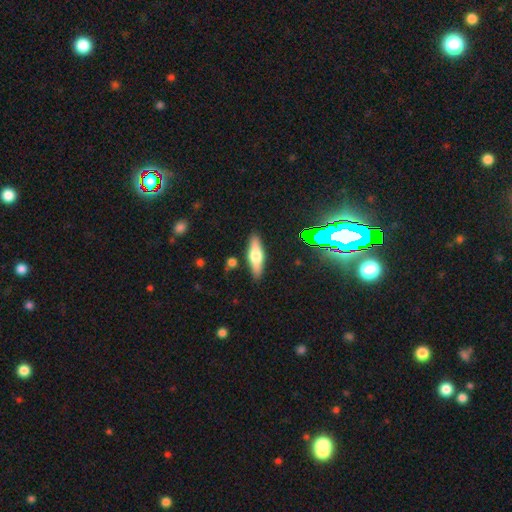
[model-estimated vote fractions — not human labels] The model was most divided on "smooth or featured": smooth: 51%, featured or disk: 40%, star or artifact: 9%. More confident: merging — none (86%); how rounded — cigar-shaped (55%).